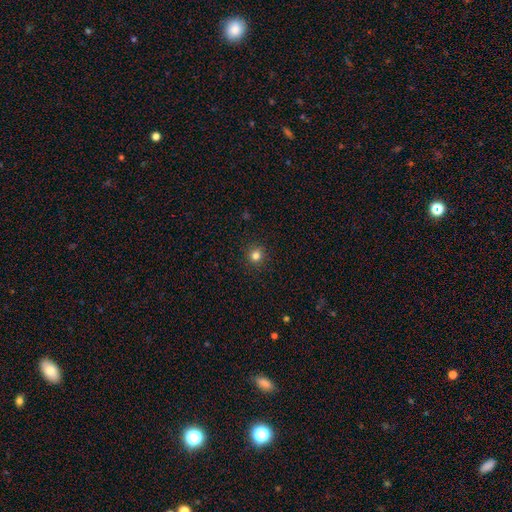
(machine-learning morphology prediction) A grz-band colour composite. It shows a smooth galaxy with no disk features (80%) that is round (93%). Merging: none (92%).